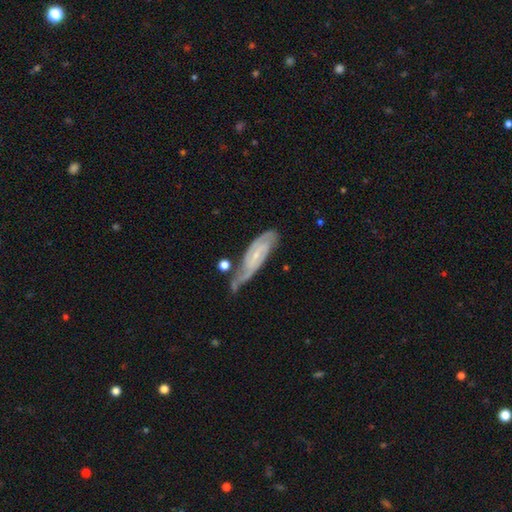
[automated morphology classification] smooth_or_featured: featured or disk (p=0.82) [alt: smooth p=0.12]
disk_edge_on: no (p=0.90) [alt: yes p=0.10]
bar: no (p=0.42) [alt: weak p=0.41]
has_spiral_arms: yes (p=0.96) [alt: no p=0.04]
spiral_winding: tight (p=0.49) [alt: medium p=0.40]
spiral_arm_count: 2 (p=0.74) [alt: can't tell p=0.13]
bulge_size: small (p=0.73) [alt: moderate p=0.17]
merging: none (p=0.50) [alt: minor disturbance p=0.25]